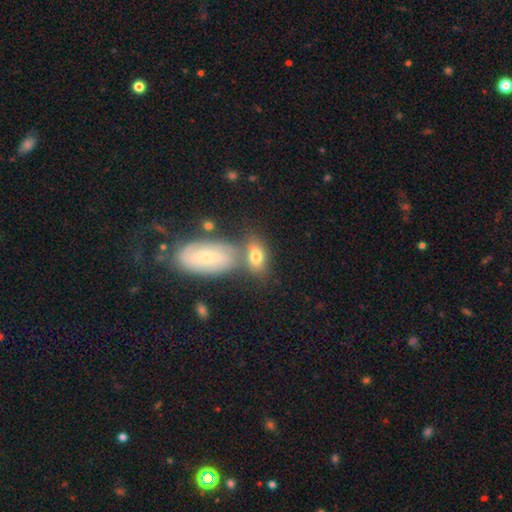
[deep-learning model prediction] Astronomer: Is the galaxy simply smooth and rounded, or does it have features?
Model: smooth — 69%.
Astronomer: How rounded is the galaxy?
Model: in between — 84%.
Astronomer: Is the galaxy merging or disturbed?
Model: none — 46% (runner-up: merger, 32%).